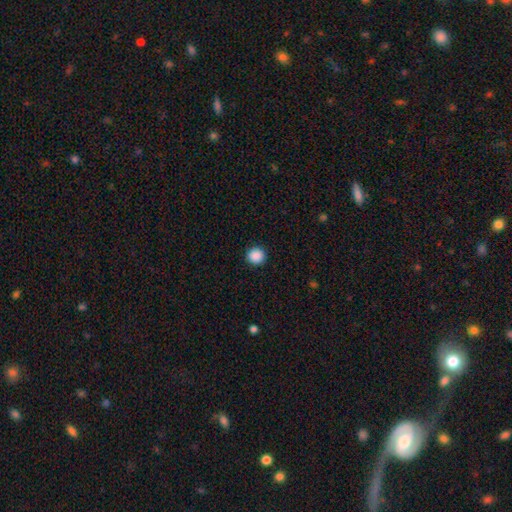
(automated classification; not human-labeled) Smooth or featured? smooth (89%)
How rounded? round (93%)
Merging? none (92%)